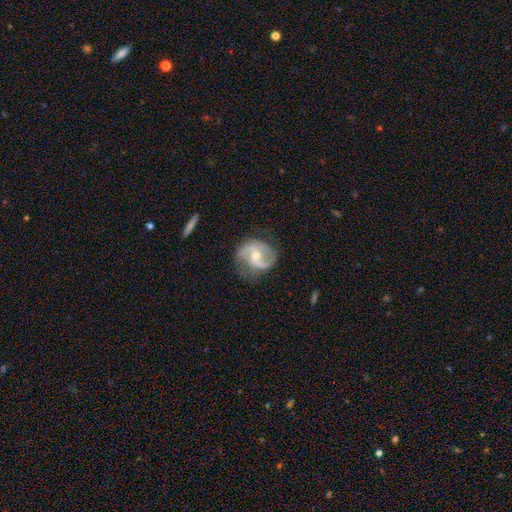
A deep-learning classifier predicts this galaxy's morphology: A featured or disk galaxy (85%) with no bar (45%), 2 (88%) medium (49%) spiral arms (95%) and a moderate central bulge (53%).

Vote fractions:
- Smooth or featured? featured or disk: 85% / smooth: 10% / star or artifact: 5%
- Edge-on disk? no: 98% / yes: 2%
- Bar? no: 45% / weak: 43% / strong: 13%
- Spiral arms? yes: 95% / no: 5%
- Spiral winding? medium: 49% / loose: 35% / tight: 16%
- Spiral arm count? 2: 88% / can't tell: 4% / 1: 4% / 3: 2% / 4: 1% / more than 4: 1%
- Bulge size? moderate: 53% / small: 43% / large: 2% / none: 1% / dominant: 1%
- Merging? none: 69% / minor disturbance: 21% / major disturbance: 9% / merger: 2%